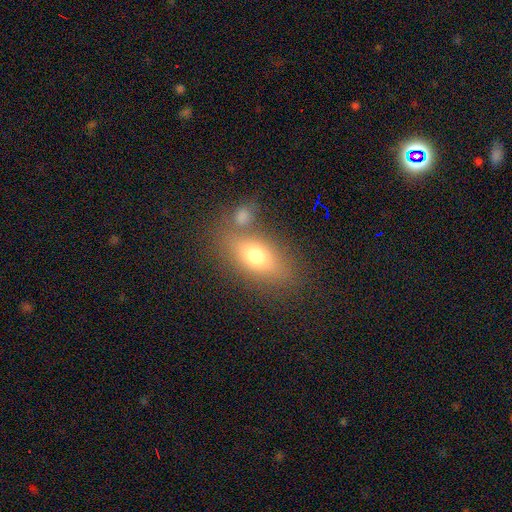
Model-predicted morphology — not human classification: Overall: smooth (69%). How rounded: in between (78%). Merging: none (63%).